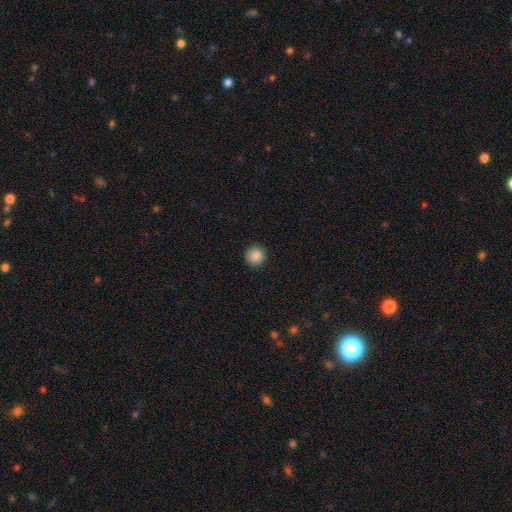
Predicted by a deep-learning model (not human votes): Morphology: type=smooth (87%); roundness=round (93%); merging=none (92%).